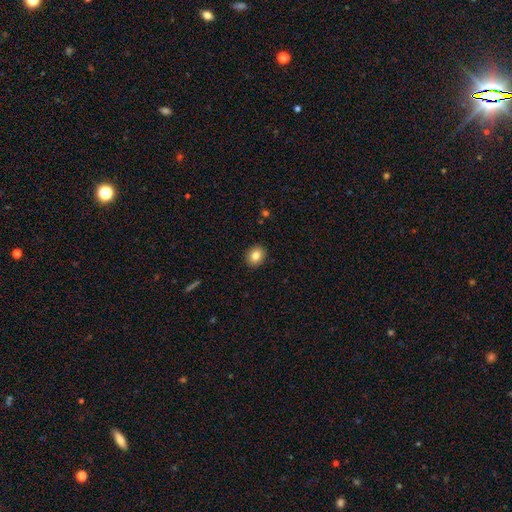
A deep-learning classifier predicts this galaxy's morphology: A smooth galaxy with no disk features (83%) that is round (63%). Merging: none (91%).